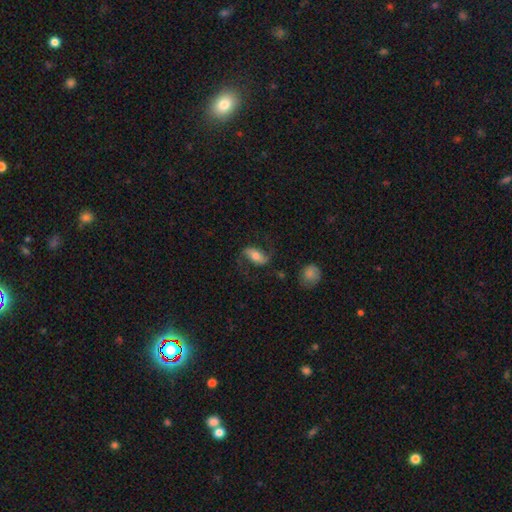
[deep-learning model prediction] Smooth or featured? featured or disk (62%)
Edge-on disk? no (93%)
Bar? strong (35%)
Spiral arms? yes (91%)
Spiral winding? loose (65%)
Spiral arm count? 2 (91%)
Bulge size? moderate (57%)
Merging? none (68%)